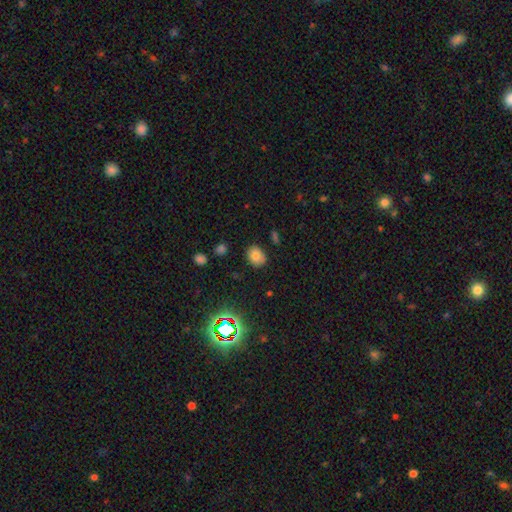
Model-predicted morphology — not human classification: The model was most divided on "how rounded": round: 50%, in between: 49%, cigar-shaped: 1%. More confident: merging — none (84%); smooth or featured — smooth (77%).